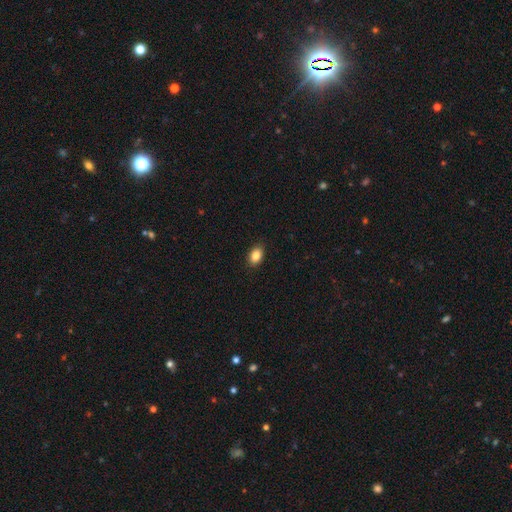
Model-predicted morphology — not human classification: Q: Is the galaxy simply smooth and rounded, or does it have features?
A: smooth — 86%.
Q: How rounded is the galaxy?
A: in between — 83%.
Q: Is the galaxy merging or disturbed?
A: none — 90%.